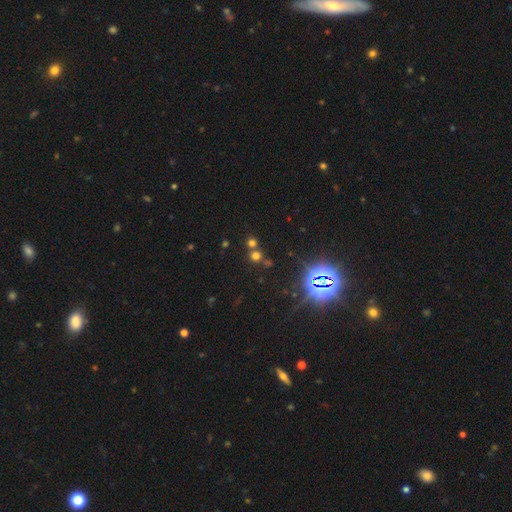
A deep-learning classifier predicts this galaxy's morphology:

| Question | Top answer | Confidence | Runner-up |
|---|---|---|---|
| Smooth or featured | smooth | 51% | star or artifact (41%) |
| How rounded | round | 88% | in between (11%) |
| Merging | none | 63% | merger (27%) |